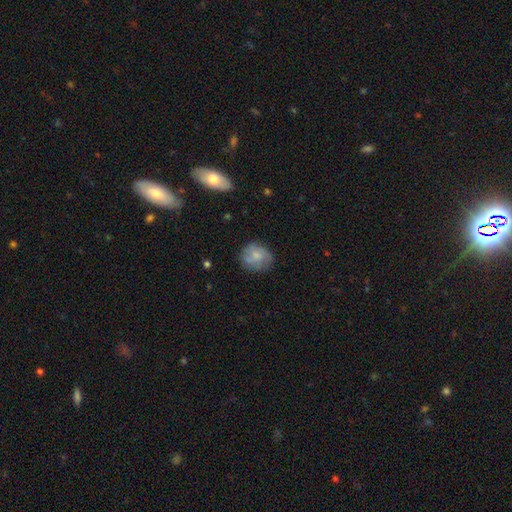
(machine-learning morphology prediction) Smooth or featured: smooth — 63% (featured or disk — 29%)
How rounded: round — 69% (in between — 30%)
Merging: none — 67% (minor disturbance — 22%)